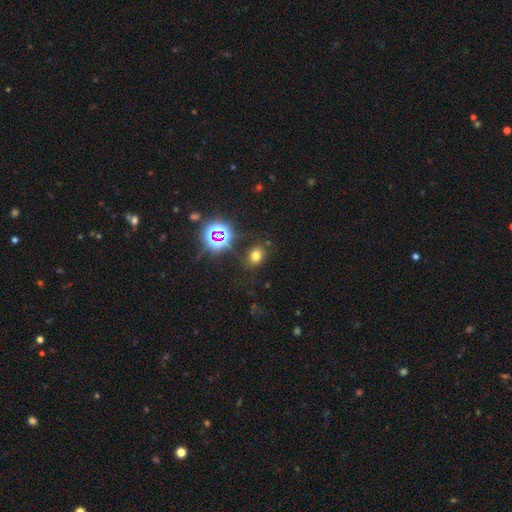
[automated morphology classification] type=smooth (66%); roundness=in between (56%); merging=none (82%).